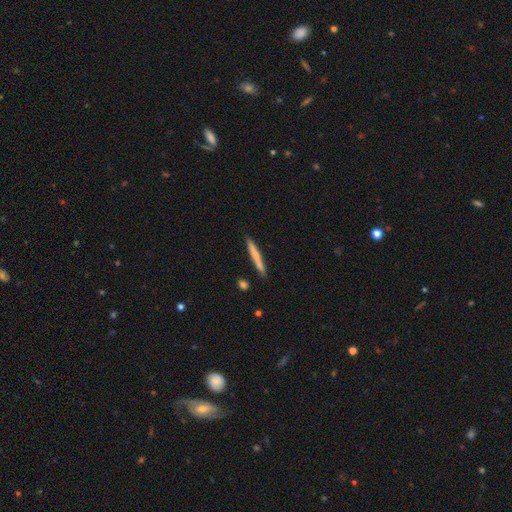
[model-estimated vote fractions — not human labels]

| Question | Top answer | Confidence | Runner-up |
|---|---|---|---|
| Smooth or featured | smooth | 63% | featured or disk (31%) |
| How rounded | cigar-shaped | 96% | in between (3%) |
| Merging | none | 86% | minor disturbance (9%) |